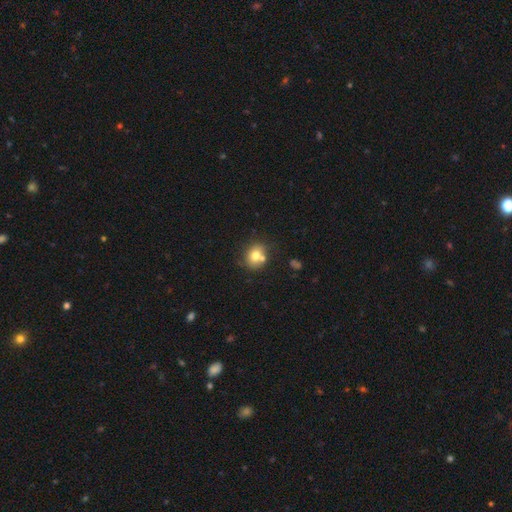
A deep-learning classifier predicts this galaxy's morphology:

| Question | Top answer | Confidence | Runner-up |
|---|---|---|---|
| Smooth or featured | smooth | 74% | featured or disk (15%) |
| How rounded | round | 71% | in between (28%) |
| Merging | none | 60% | merger (23%) |